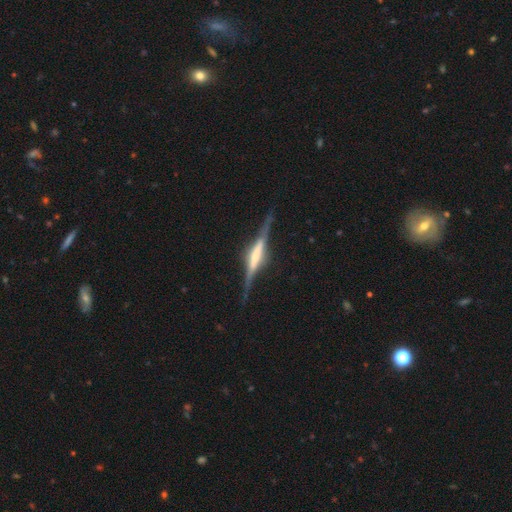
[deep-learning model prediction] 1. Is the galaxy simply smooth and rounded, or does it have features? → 81% featured or disk, 13% smooth, 6% star or artifact.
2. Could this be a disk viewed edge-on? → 97% yes, 3% no.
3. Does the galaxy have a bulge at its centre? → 45% boxy, 42% rounded, 13% none.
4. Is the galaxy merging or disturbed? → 81% none, 13% minor disturbance, 4% major disturbance, 1% merger.